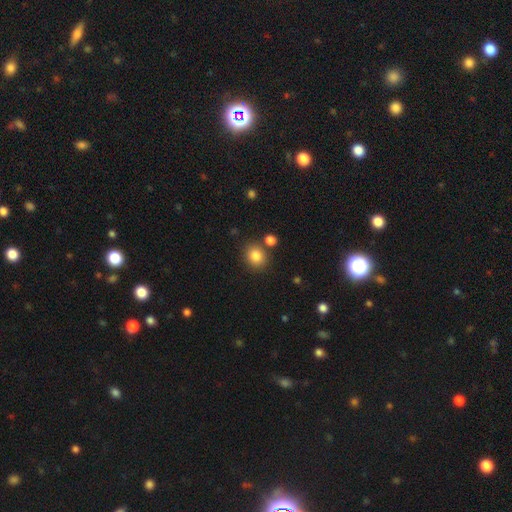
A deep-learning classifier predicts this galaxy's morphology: Overall: smooth (84%). How rounded: round (70%). Merging: none (79%).